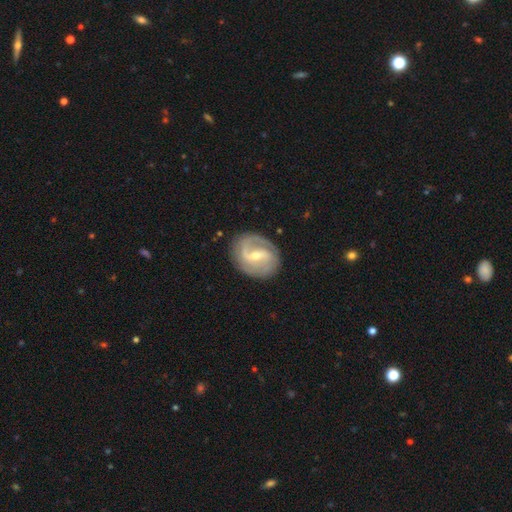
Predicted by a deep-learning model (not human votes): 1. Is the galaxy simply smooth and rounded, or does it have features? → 86% featured or disk, 9% smooth, 5% star or artifact.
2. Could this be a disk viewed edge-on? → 97% no, 3% yes.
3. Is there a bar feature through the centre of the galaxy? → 48% weak, 36% strong, 16% no.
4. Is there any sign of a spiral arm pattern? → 95% yes, 5% no.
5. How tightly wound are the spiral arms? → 49% medium, 27% tight, 24% loose.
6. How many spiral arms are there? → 83% 2, 6% can't tell, 5% 1, 4% 3, 1% 4, 1% more than 4.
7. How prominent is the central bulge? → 49% small, 48% moderate, 2% large, 1% none, 1% dominant.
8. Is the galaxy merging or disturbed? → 81% none, 13% minor disturbance, 5% major disturbance, 1% merger.